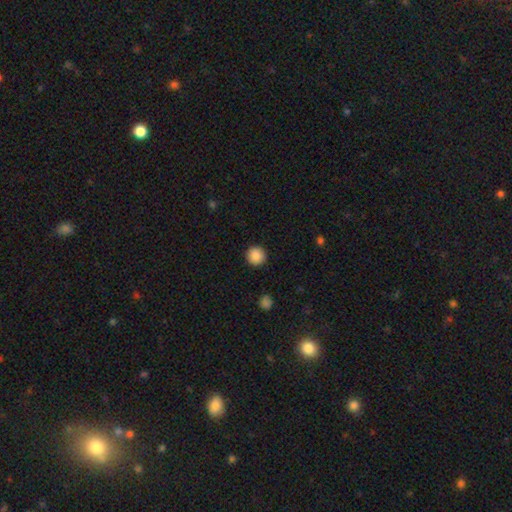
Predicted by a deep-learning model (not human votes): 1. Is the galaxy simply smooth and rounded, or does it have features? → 88% smooth, 9% star or artifact, 3% featured or disk.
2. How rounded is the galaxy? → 95% round, 4% in between, 1% cigar-shaped.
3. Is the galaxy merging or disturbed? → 91% none, 6% minor disturbance, 2% major disturbance, 1% merger.